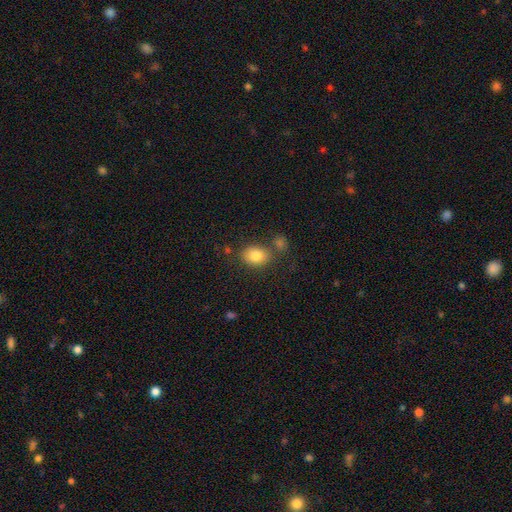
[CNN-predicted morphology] The model was most divided on "how rounded": in between: 64%, round: 35%, cigar-shaped: 1%. More confident: smooth or featured — smooth (82%); merging — none (69%).